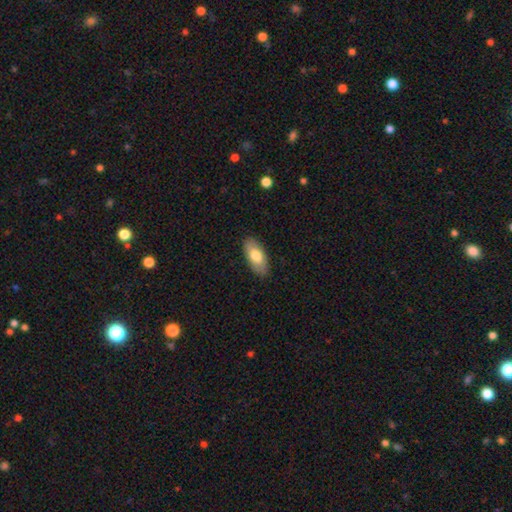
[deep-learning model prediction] A smooth galaxy with no disk features (75%) that is in between round and cigar-shaped (91%).

Vote fractions:
- Smooth or featured? smooth: 75% / featured or disk: 20% / star or artifact: 6%
- How rounded? in between: 91% / cigar-shaped: 7% / round: 2%
- Merging? none: 87% / minor disturbance: 10% / major disturbance: 2% / merger: 1%